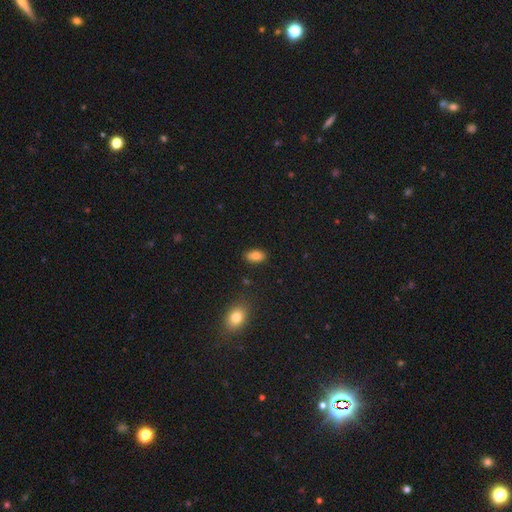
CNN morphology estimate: Smooth or featured: smooth — 83% (star or artifact — 9%)
How rounded: in between — 91% (round — 5%)
Merging: none — 84% (minor disturbance — 12%)